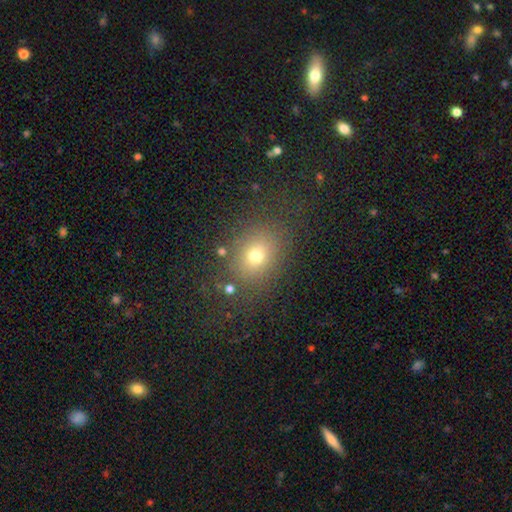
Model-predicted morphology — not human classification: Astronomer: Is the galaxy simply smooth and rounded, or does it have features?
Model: smooth — 71%.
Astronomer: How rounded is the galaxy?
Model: round — 55% (runner-up: in between, 44%).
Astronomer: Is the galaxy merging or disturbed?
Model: none — 78%.